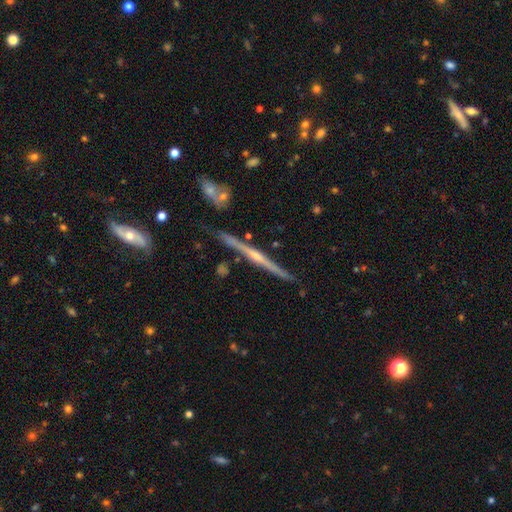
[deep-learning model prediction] smooth_or_featured: featured or disk (p=0.83) [alt: smooth p=0.11]
disk_edge_on: yes (p=0.98) [alt: no p=0.02]
edge_on_bulge: rounded (p=0.80) [alt: none p=0.14]
merging: none (p=0.87) [alt: minor disturbance p=0.09]